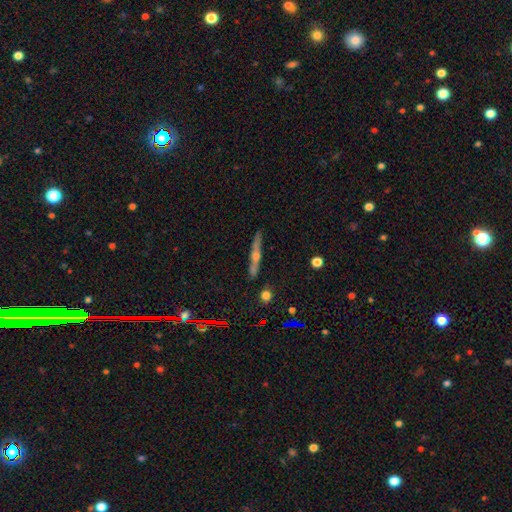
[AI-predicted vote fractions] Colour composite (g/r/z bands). It shows a featured or disk galaxy (59%) viewed edge-on (93%) with a rounded central bulge (74%). Merging: none (81%).